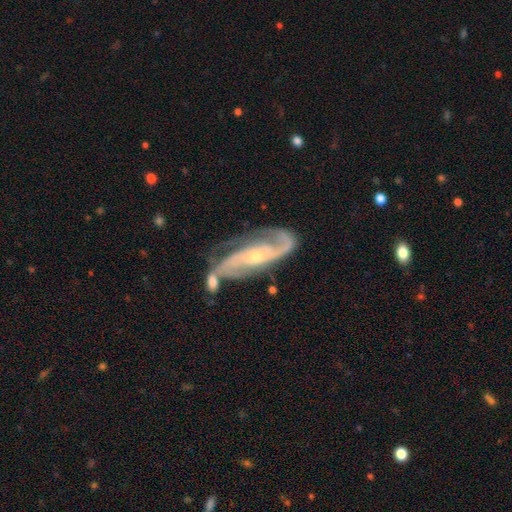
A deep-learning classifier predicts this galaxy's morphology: Smooth or featured? featured or disk (90%)
Edge-on disk? no (93%)
Bar? no (51%)
Spiral arms? yes (97%)
Spiral winding? medium (49%)
Spiral arm count? 2 (84%)
Bulge size? small (65%)
Merging? none (53%)